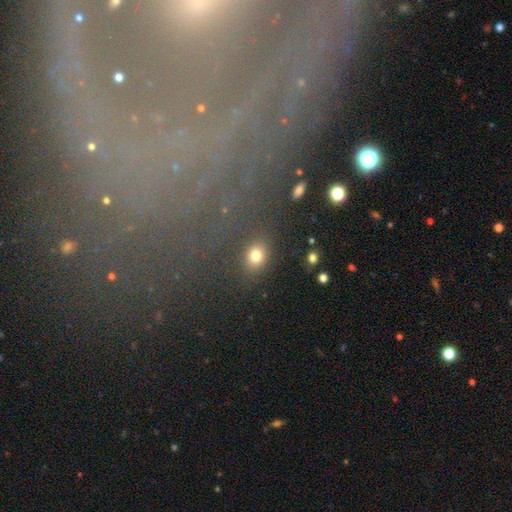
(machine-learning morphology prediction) Smooth or featured? Predicted: smooth (p=0.77). How rounded? Predicted: in between (p=0.51). Merging? Predicted: none (p=0.81).